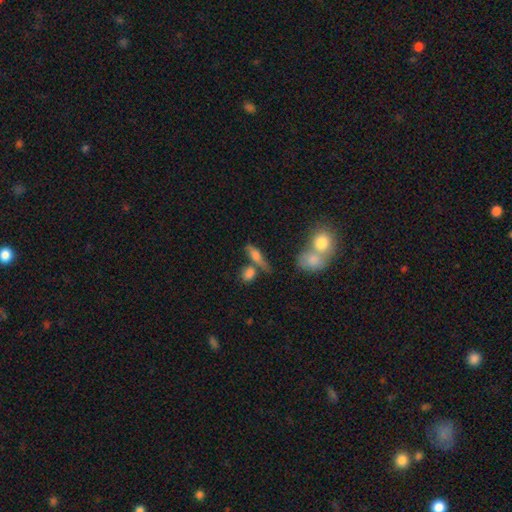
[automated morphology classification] Q: Smooth or featured?
A: smooth (60%); runner-up: featured or disk (29%)
Q: How rounded?
A: cigar-shaped (48%); runner-up: in between (42%)
Q: Merging?
A: none (51%); runner-up: merger (25%)